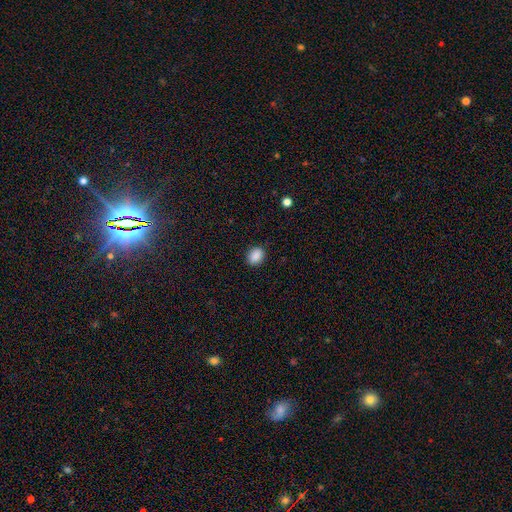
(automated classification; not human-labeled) A smooth galaxy with no disk features (88%) that is in between round and cigar-shaped (56%).

Vote fractions:
- Smooth or featured? smooth: 88% / star or artifact: 9% / featured or disk: 3%
- How rounded? in between: 56% / round: 43% / cigar-shaped: 1%
- Merging? none: 88% / minor disturbance: 9% / major disturbance: 2% / merger: 1%